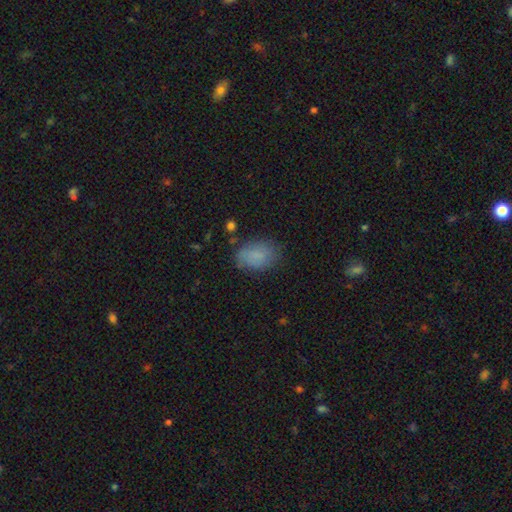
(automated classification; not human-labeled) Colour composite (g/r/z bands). It shows a smooth galaxy with no disk features (82%) that is in between round and cigar-shaped (85%). Merging: none (73%).